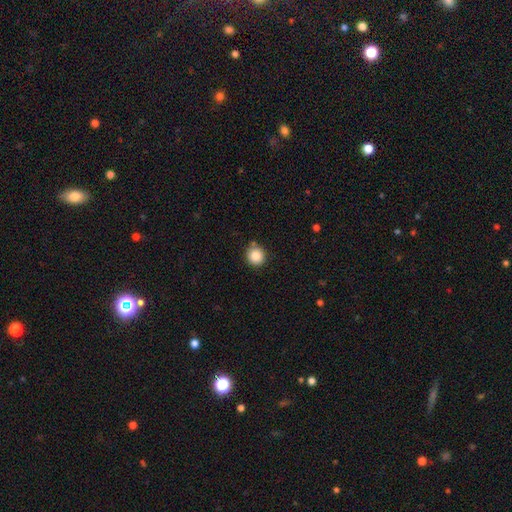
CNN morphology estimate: This appears to be a smooth galaxy with no disk features (86%) that is round (92%). Merging: none (83%).